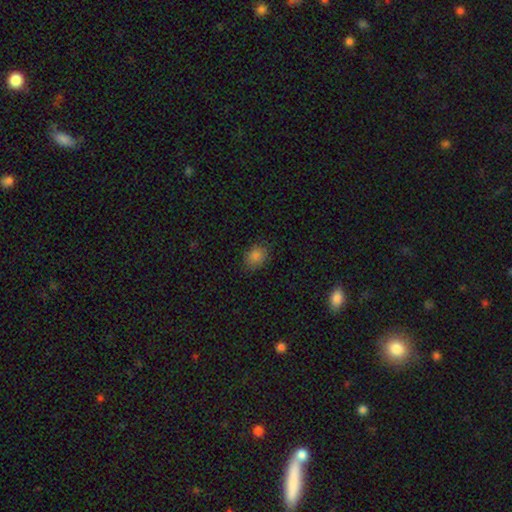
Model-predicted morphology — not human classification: Overall: smooth (84%). How rounded: in between (55%; round 44%). Merging: none (83%).